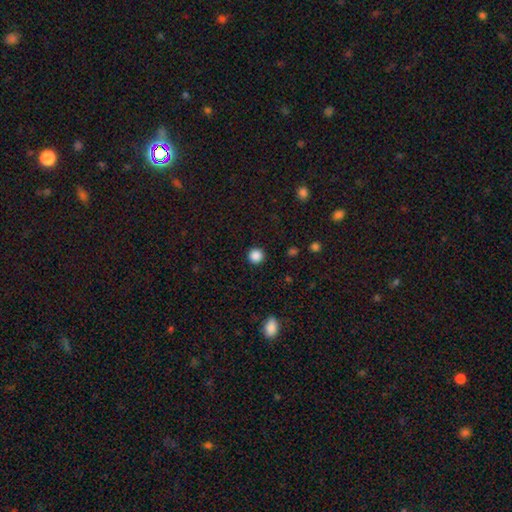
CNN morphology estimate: A smooth galaxy with no disk features (87%) that is round (95%).

Vote fractions:
- Smooth or featured? smooth: 87% / star or artifact: 11% / featured or disk: 3%
- How rounded? round: 95% / in between: 4% / cigar-shaped: 1%
- Merging? none: 92% / minor disturbance: 5% / major disturbance: 2% / merger: 1%